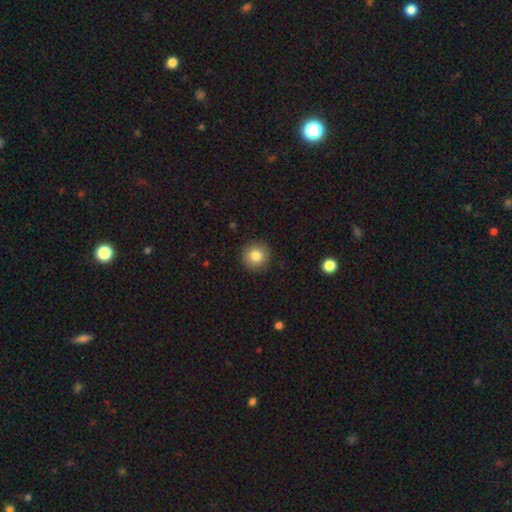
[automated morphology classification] Q: Smooth or featured?
A: smooth (83%); runner-up: star or artifact (9%)
Q: How rounded?
A: round (94%); runner-up: in between (5%)
Q: Merging?
A: none (92%); runner-up: minor disturbance (5%)